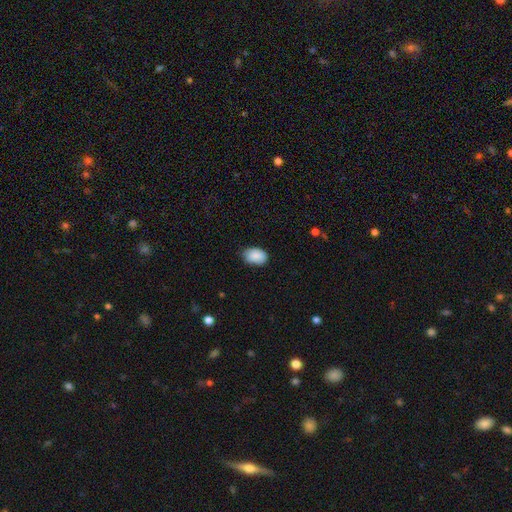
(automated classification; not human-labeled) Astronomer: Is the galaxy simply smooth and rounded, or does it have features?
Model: smooth — 89%.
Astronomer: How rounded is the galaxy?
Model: in between — 86%.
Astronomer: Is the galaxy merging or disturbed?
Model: none — 78%.